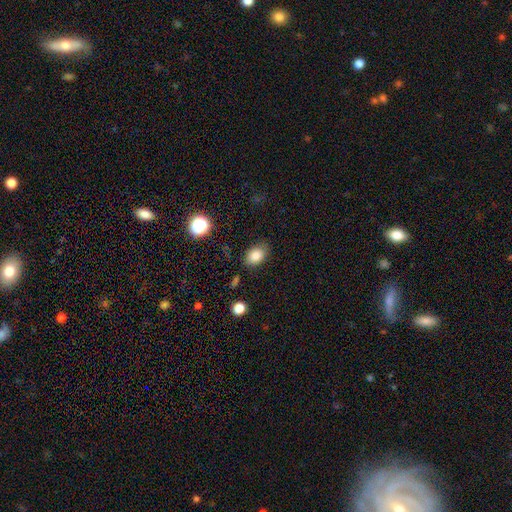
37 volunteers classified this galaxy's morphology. A smooth galaxy with no disk features (97%) that is in between round and cigar-shaped (69%).

Vote fractions:
- Smooth or featured? smooth: 97% / star or artifact: 3% / featured or disk: 0%
- How rounded? in between: 69% / round: 31% / cigar-shaped: 0%
- Merging? none: 94% / minor disturbance: 6% / major disturbance: 0% / merger: 0%